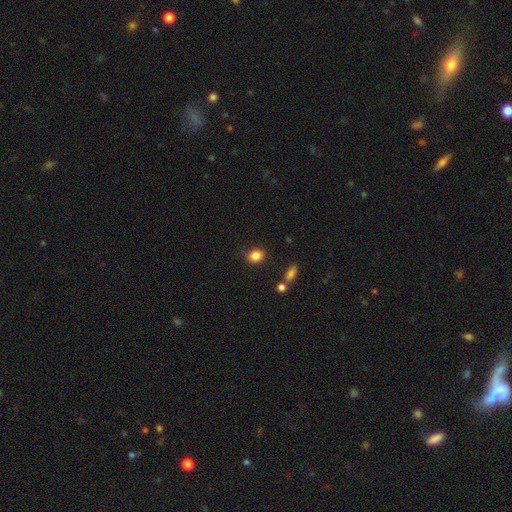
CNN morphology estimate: Smooth or featured?
  - smooth: 85% *
  - star or artifact: 10%
  - featured or disk: 5%
How rounded?
  - round: 56% *
  - in between: 43%
  - cigar-shaped: 1%
Merging?
  - none: 77% *
  - minor disturbance: 15%
  - major disturbance: 4%
  - merger: 3%